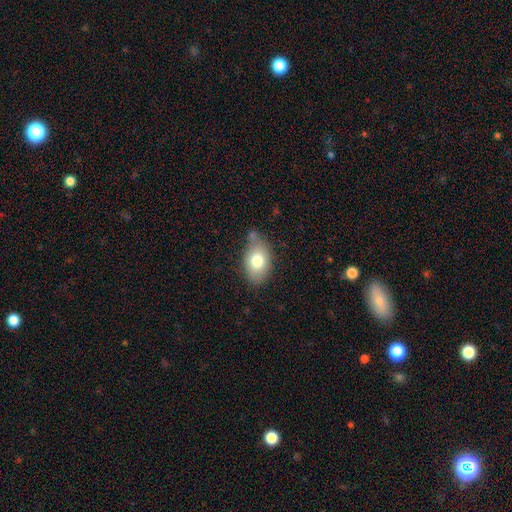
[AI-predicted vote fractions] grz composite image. It shows a smooth galaxy with no disk features (66%) that is in between round and cigar-shaped (82%). Merging: none (76%).